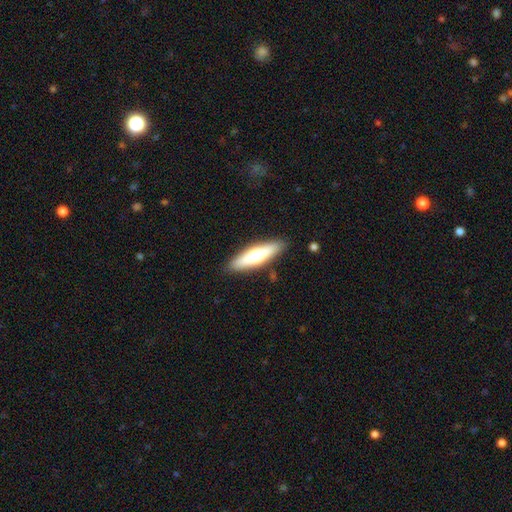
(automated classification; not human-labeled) Smooth or featured? smooth (53%)
How rounded? cigar-shaped (64%)
Merging? none (88%)